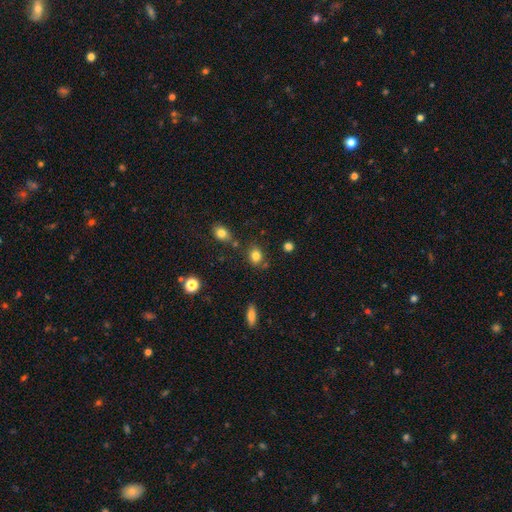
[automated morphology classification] smooth-or-featured: smooth: 82% | star or artifact: 12% | featured or disk: 6%
  how-rounded: round: 60% | in between: 39% | cigar-shaped: 1%
  merging: none: 77% | minor disturbance: 12% | merger: 7% | major disturbance: 3%